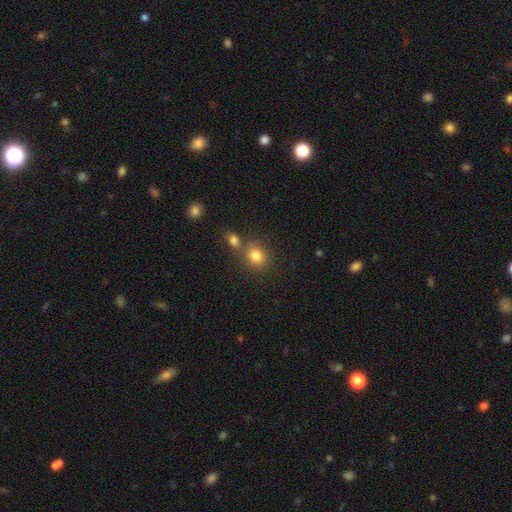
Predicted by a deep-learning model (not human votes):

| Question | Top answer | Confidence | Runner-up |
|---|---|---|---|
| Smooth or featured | smooth | 80% | star or artifact (13%) |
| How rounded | round | 71% | in between (28%) |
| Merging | none | 62% | merger (24%) |